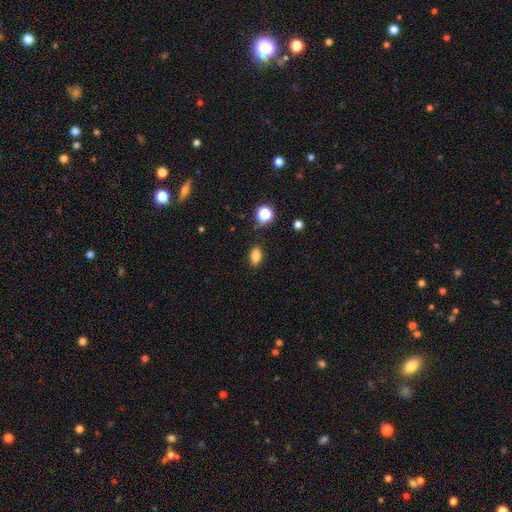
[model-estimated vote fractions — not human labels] smooth-or-featured: smooth: 82% | star or artifact: 11% | featured or disk: 7%
  how-rounded: in between: 85% | round: 8% | cigar-shaped: 7%
  merging: none: 85% | minor disturbance: 10% | major disturbance: 3% | merger: 2%